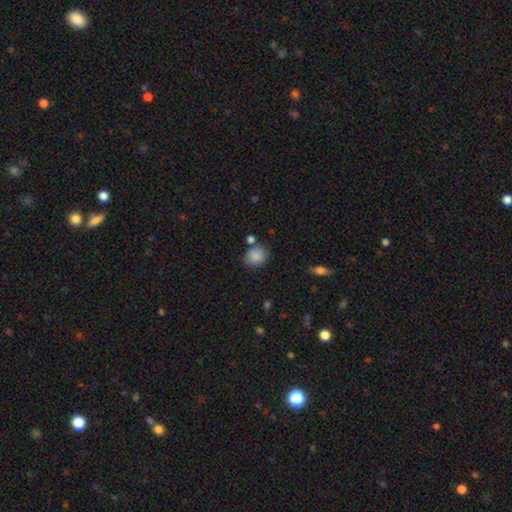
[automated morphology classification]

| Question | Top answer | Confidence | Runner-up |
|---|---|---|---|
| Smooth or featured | smooth | 86% | star or artifact (8%) |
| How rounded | round | 69% | in between (30%) |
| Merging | none | 71% | minor disturbance (15%) |